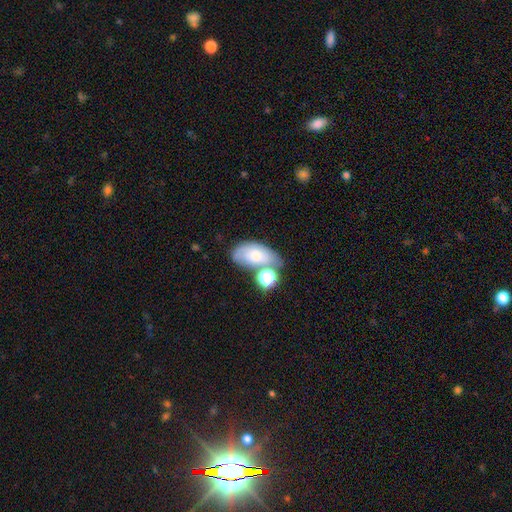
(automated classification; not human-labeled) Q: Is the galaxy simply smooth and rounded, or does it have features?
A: smooth — 55%.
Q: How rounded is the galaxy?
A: in between — 86%.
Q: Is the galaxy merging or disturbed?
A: none — 41%.